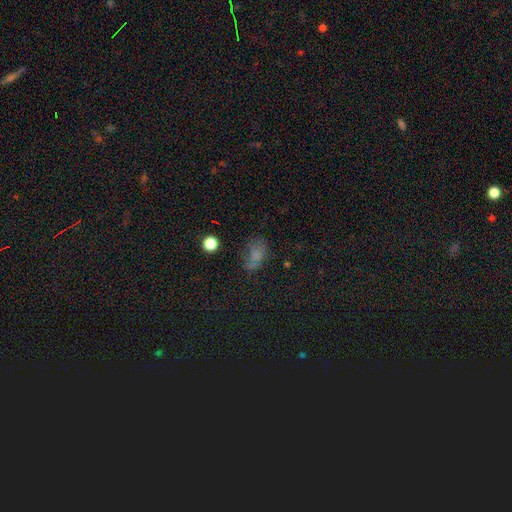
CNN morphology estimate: smooth 60%, star or artifact 25%, featured or disk 15%. Down the decision tree: how rounded — in between (73%); merging — none (46%).